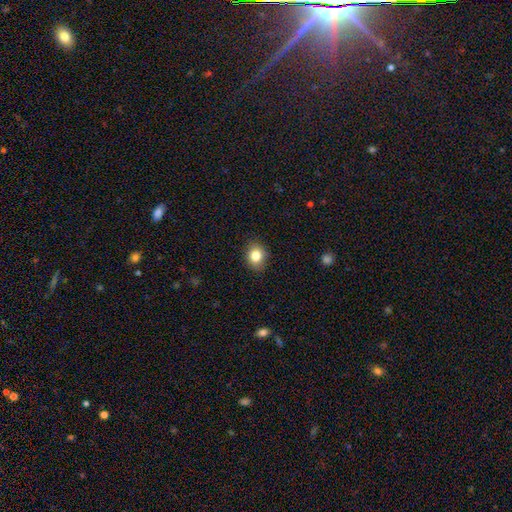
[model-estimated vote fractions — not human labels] A smooth galaxy with no disk features (82%) that is round (61%).

Vote fractions:
- Smooth or featured? smooth: 82% / star or artifact: 10% / featured or disk: 8%
- How rounded? round: 61% / in between: 38% / cigar-shaped: 1%
- Merging? none: 87% / minor disturbance: 9% / major disturbance: 2% / merger: 1%